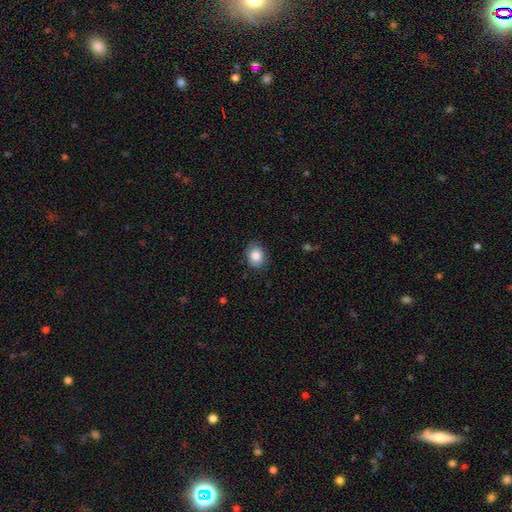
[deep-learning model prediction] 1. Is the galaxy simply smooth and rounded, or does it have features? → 86% smooth, 8% star or artifact, 6% featured or disk.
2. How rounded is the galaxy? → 54% round, 45% in between, 1% cigar-shaped.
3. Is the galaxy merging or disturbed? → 82% none, 14% minor disturbance, 3% major disturbance, 1% merger.